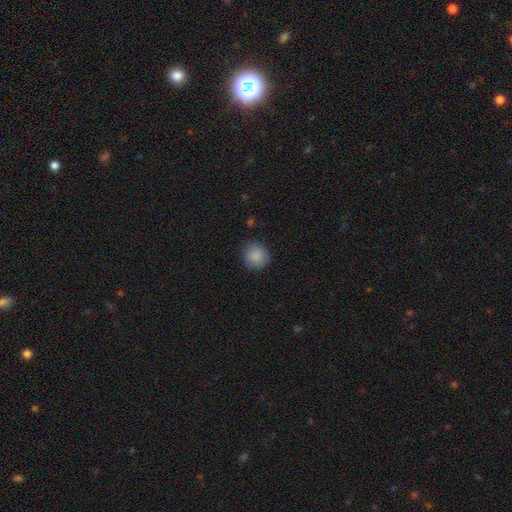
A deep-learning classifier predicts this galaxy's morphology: Overall: smooth (88%). How rounded: round (90%). Merging: none (85%).